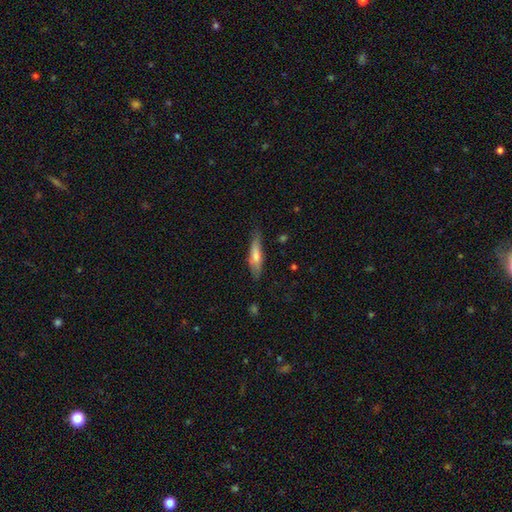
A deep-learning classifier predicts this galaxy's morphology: type=smooth (60%); roundness=cigar-shaped (75%); merging=none (76%).